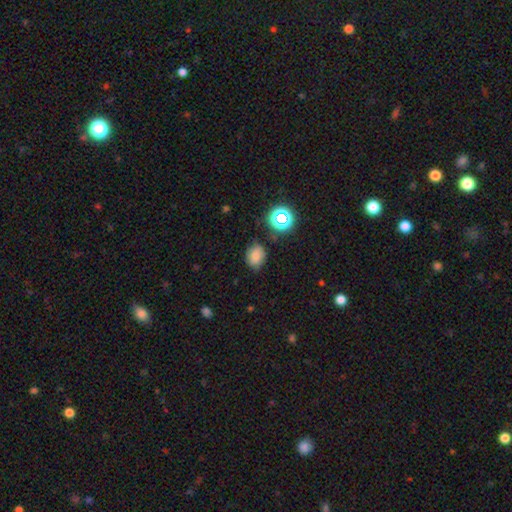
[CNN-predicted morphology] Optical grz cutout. It shows a smooth galaxy with no disk features (73%) that is in between round and cigar-shaped (53%). Merging: none (72%).